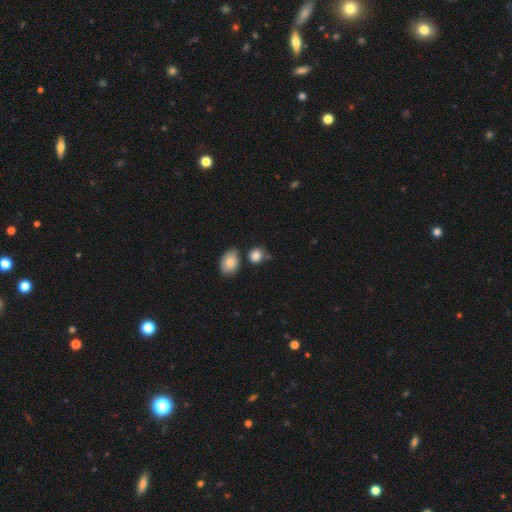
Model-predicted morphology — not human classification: This is clearly a smooth galaxy (86%). How rounded: likely round (77%). Merging: likely none (69%).